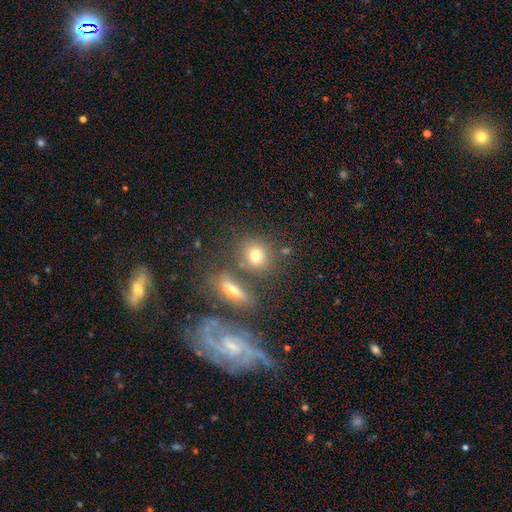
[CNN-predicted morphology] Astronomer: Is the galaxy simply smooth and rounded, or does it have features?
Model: smooth — 73%.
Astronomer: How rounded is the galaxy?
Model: round — 75%.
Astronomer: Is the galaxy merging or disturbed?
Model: none — 70%.